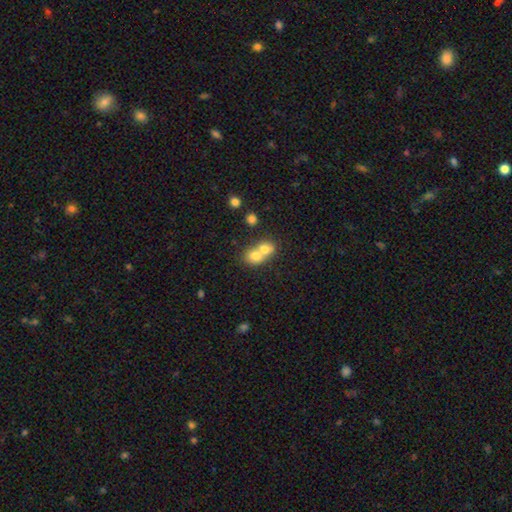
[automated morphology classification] smooth_or_featured: smooth (p=0.71) [alt: featured or disk p=0.19]
how_rounded: round (p=0.59) [alt: in between p=0.40]
merging: merger (p=0.72) [alt: none p=0.21]